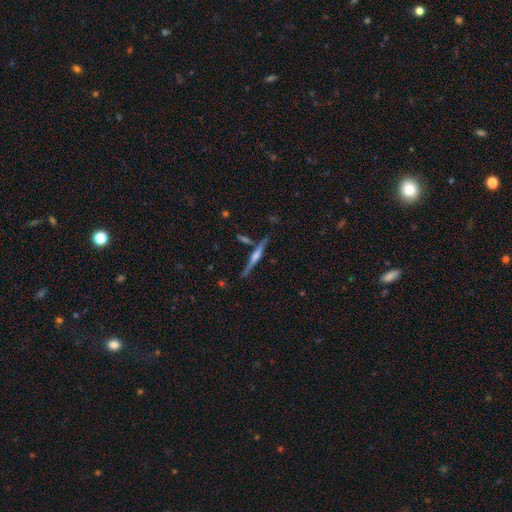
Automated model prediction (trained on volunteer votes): Overall: featured or disk (75%). Edge-on disk: yes (98%). Edge-on bulge: rounded (73%). Merging: none (82%).